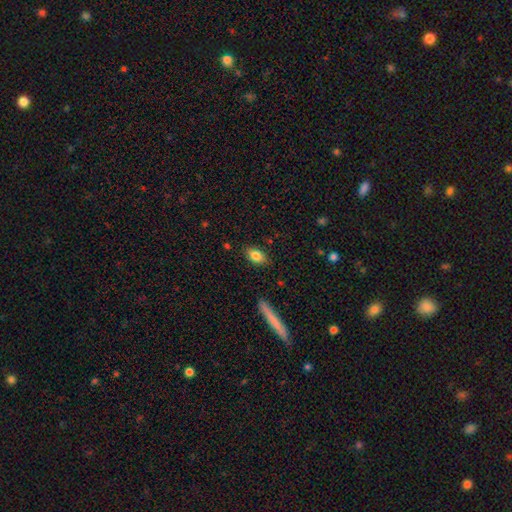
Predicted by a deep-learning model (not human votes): Morphology: type=smooth (83%); roundness=in between (87%); merging=none (86%).